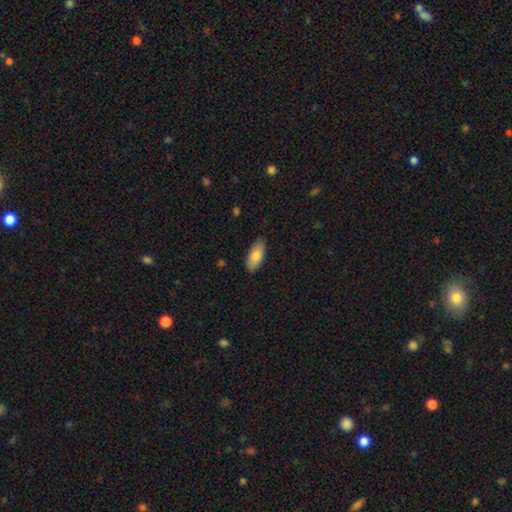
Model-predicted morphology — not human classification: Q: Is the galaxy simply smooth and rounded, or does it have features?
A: smooth — 82%.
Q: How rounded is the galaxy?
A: in between — 88%.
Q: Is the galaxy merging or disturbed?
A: none — 86%.